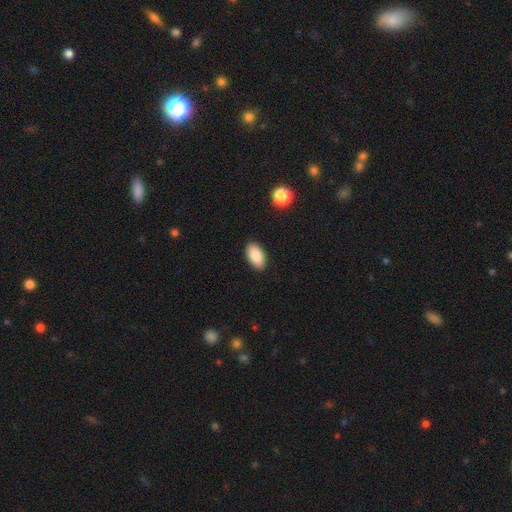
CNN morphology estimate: Smooth or featured? Predicted: smooth (p=0.88). How rounded? Predicted: in between (p=0.94). Merging? Predicted: none (p=0.90).